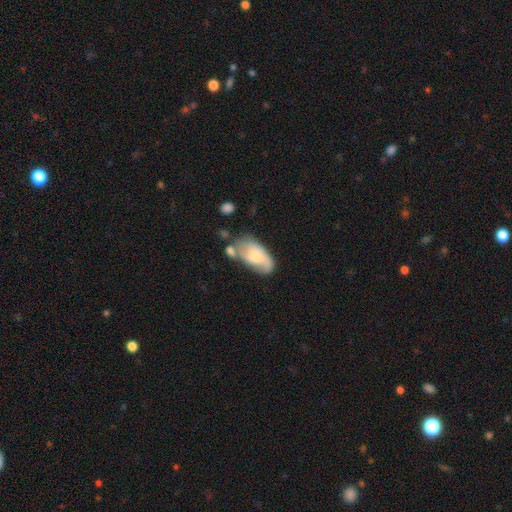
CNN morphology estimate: This appears to be a featured or disk galaxy (51%). Merging: none (43%).